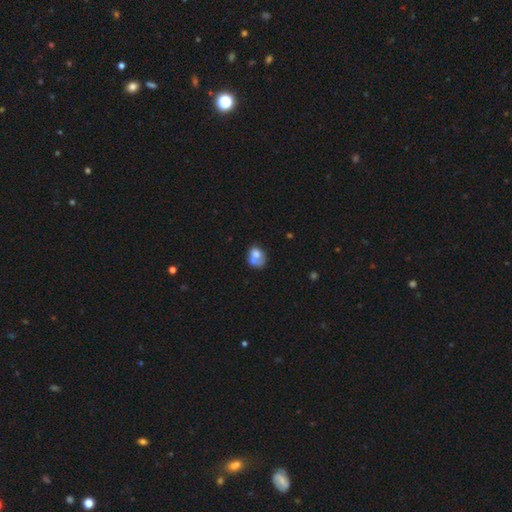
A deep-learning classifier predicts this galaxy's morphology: Smooth or featured: smooth — 60% (featured or disk — 30%)
How rounded: in between — 53% (round — 46%)
Merging: merger — 52% (none — 26%)